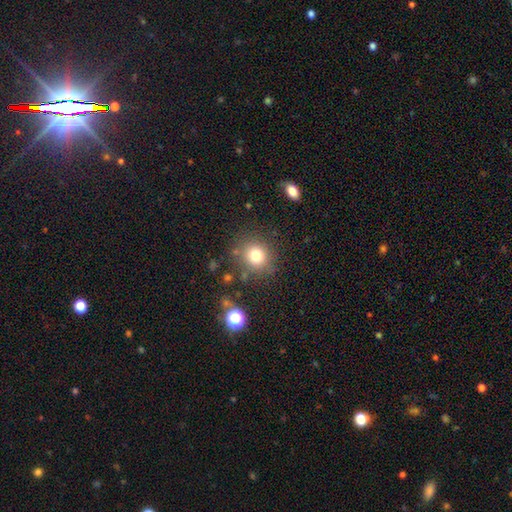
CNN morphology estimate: Smooth or featured?
  - smooth: 78% *
  - star or artifact: 13%
  - featured or disk: 8%
How rounded?
  - round: 84% *
  - in between: 15%
  - cigar-shaped: 1%
Merging?
  - none: 82% *
  - minor disturbance: 10%
  - major disturbance: 4%
  - merger: 4%